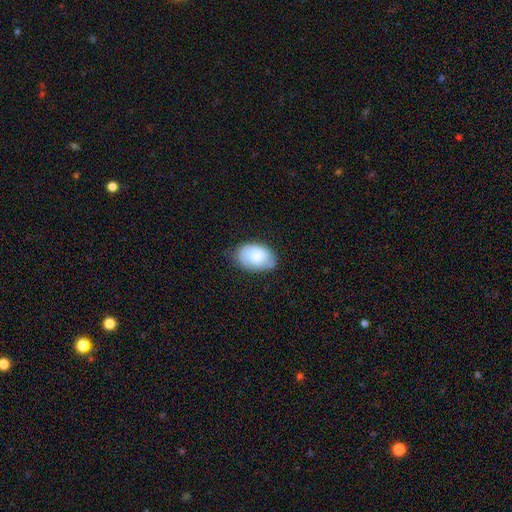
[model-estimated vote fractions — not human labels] A smooth galaxy with no disk features (78%) that is in between round and cigar-shaped (90%). Merging: none (67%).